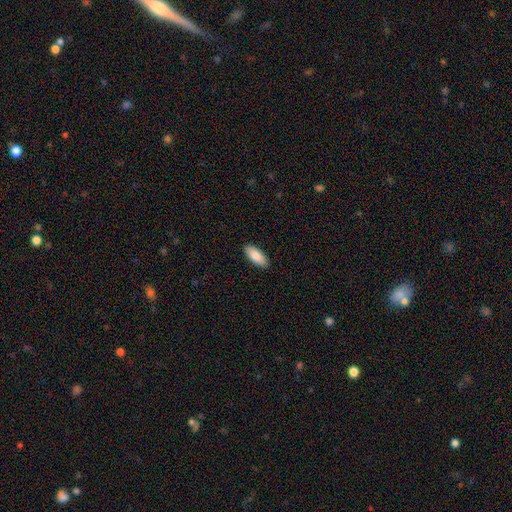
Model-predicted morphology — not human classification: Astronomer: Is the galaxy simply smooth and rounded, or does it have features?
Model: smooth — 86%.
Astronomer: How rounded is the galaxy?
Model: in between — 84%.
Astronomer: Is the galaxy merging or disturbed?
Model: none — 90%.